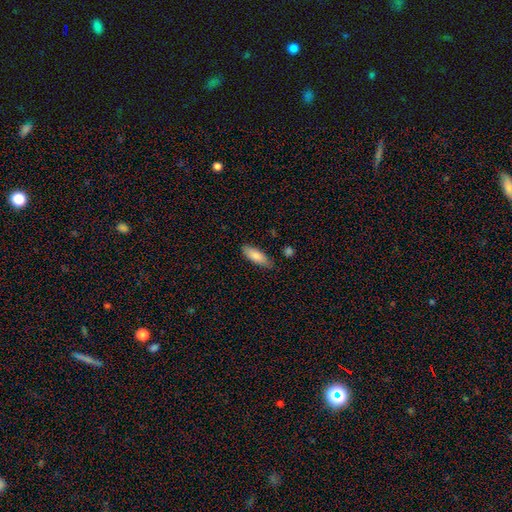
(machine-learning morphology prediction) A smooth galaxy with no disk features (84%) that is in between round and cigar-shaped (66%). Merging: none (79%).